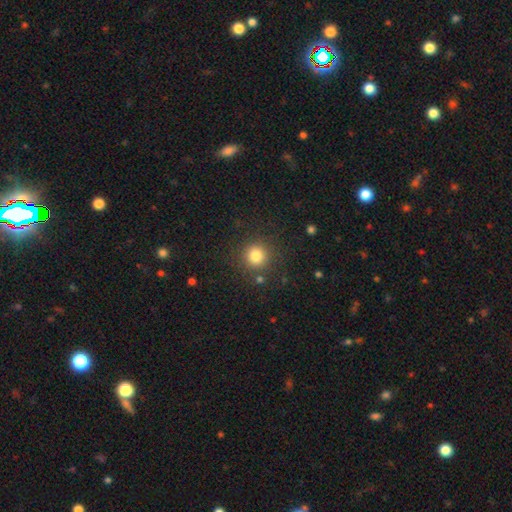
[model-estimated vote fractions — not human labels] A smooth galaxy with no disk features (81%) that is round (93%). Merging: none (86%).